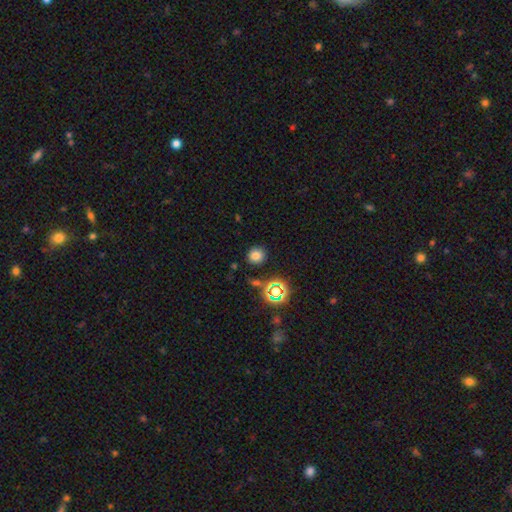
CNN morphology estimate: Smooth or featured? smooth (74%)
How rounded? round (87%)
Merging? none (86%)